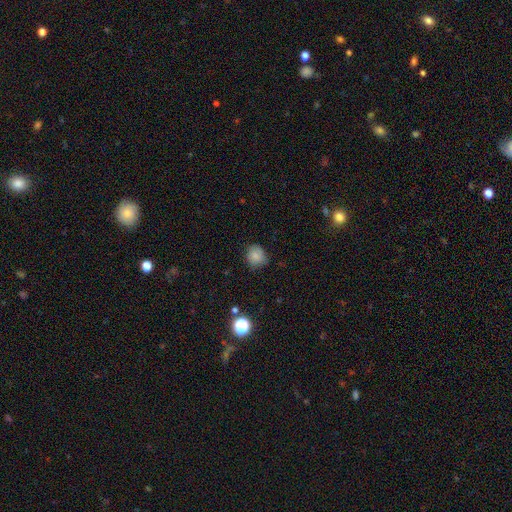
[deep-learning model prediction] The model was most divided on "how rounded": round: 76%, in between: 23%, cigar-shaped: 1%. More confident: smooth or featured — smooth (81%); merging — none (75%).